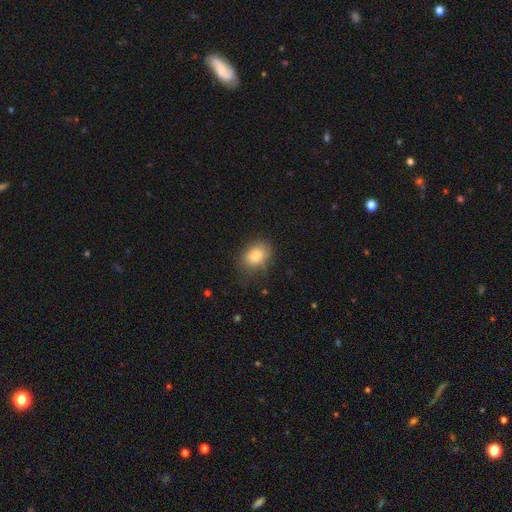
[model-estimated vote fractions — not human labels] The model was most divided on "how rounded": in between: 65%, round: 34%, cigar-shaped: 1%. More confident: smooth or featured — smooth (80%); merging — none (70%).